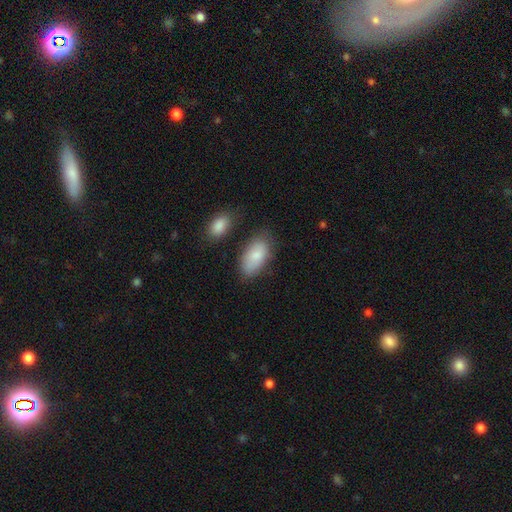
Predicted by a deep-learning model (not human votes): This is clearly a smooth galaxy (84%). How rounded: clearly in between (94%). Merging: likely none (68%).